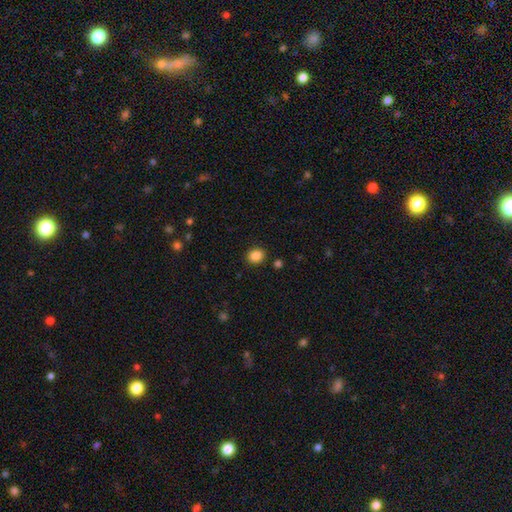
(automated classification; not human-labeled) Smooth or featured?
  - smooth: 87% *
  - star or artifact: 10%
  - featured or disk: 3%
How rounded?
  - round: 62% *
  - in between: 37%
  - cigar-shaped: 1%
Merging?
  - none: 89% *
  - minor disturbance: 7%
  - major disturbance: 2%
  - merger: 2%